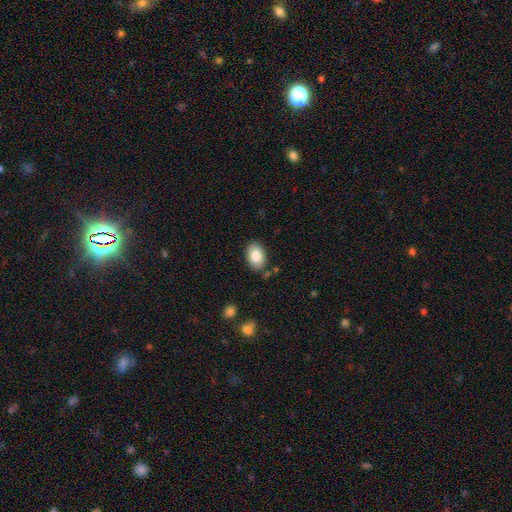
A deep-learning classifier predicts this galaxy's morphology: type=smooth (82%); roundness=in between (83%); merging=none (84%).